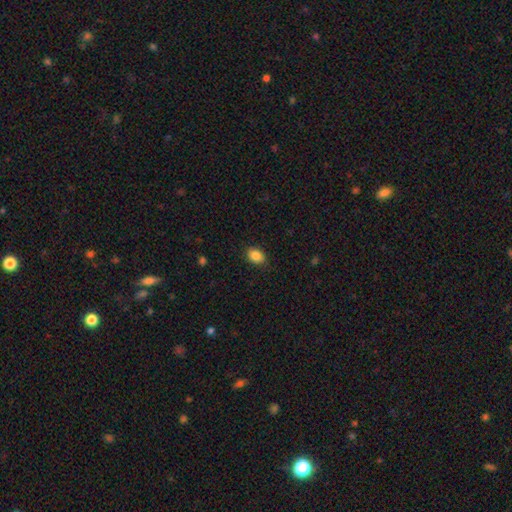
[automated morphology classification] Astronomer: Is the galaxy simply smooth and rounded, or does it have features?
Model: smooth — 87%.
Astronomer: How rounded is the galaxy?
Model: in between — 76%.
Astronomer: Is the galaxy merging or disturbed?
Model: none — 86%.